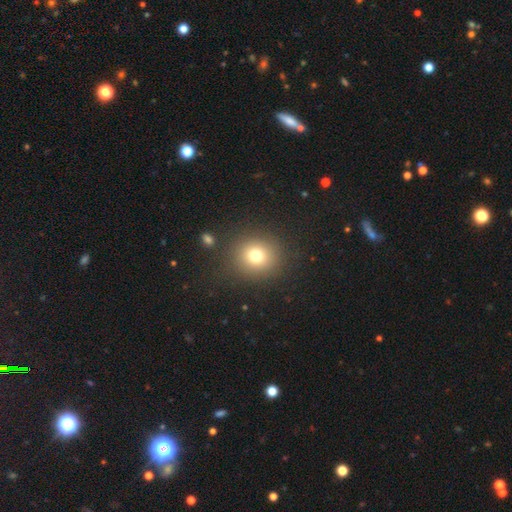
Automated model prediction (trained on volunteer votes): Smooth or featured? smooth (74%)
How rounded? round (88%)
Merging? none (87%)